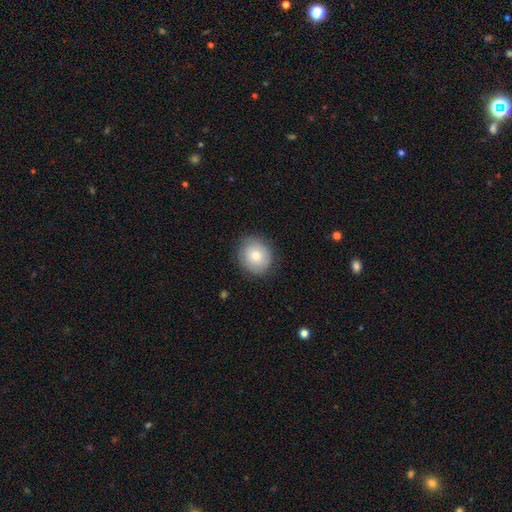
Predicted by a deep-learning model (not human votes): This is likely a smooth galaxy (79%). How rounded: likely round (77%). Merging: clearly none (86%).